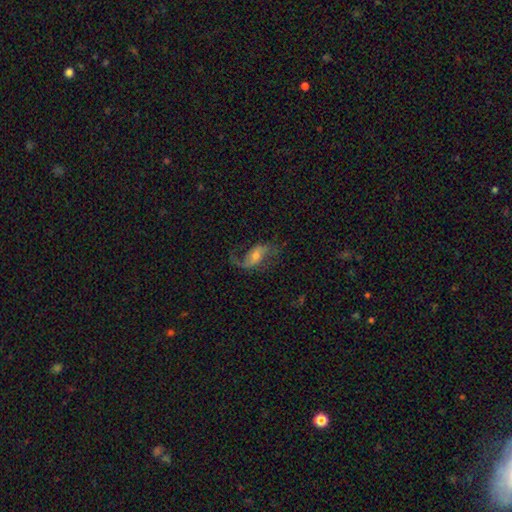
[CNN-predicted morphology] Overall: featured or disk (79%). Edge-on disk: no (95%). Bar: no (44%; weak 38%). Spiral arms: yes (93%). Spiral arm count: 2 (76%). Spiral winding: loose (70%). Bulge size: moderate (49%; small 43%). Merging: none (61%).